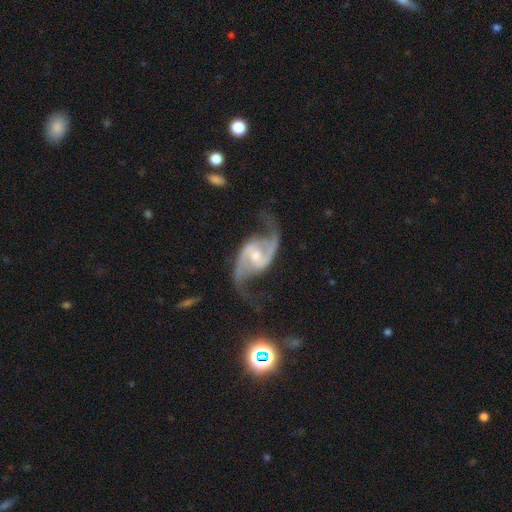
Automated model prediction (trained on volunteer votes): Morphology: type=featured or disk (93%); edge-on=no (97%); bar=weak (47%); spiral arms=yes (98%); winding=loose (59%); arm count=2 (94%); bulge=moderate (56%); merging=none (73%).